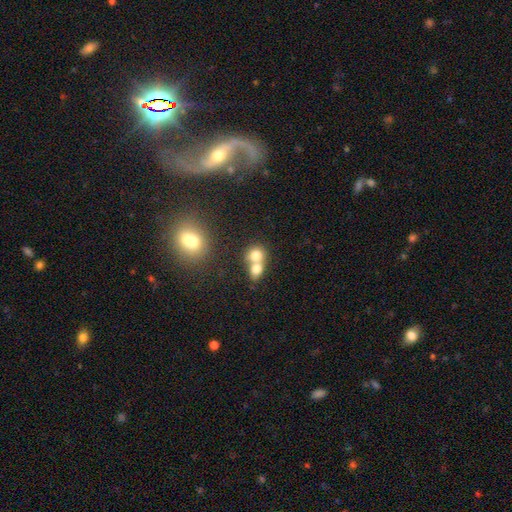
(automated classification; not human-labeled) Smooth or featured? smooth (75%)
How rounded? round (68%)
Merging? merger (68%)